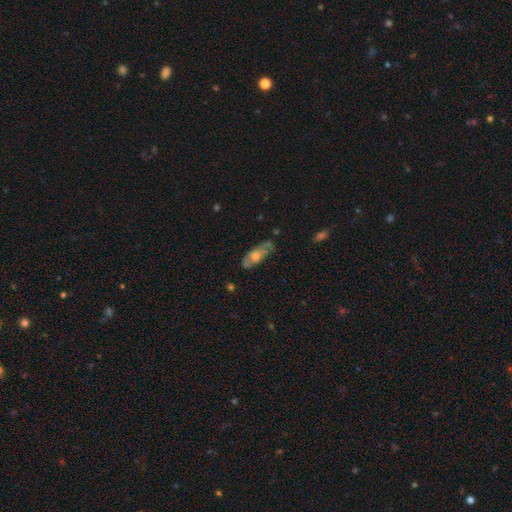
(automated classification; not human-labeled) This appears to be a featured or disk galaxy (57%). Merging: none (67%).